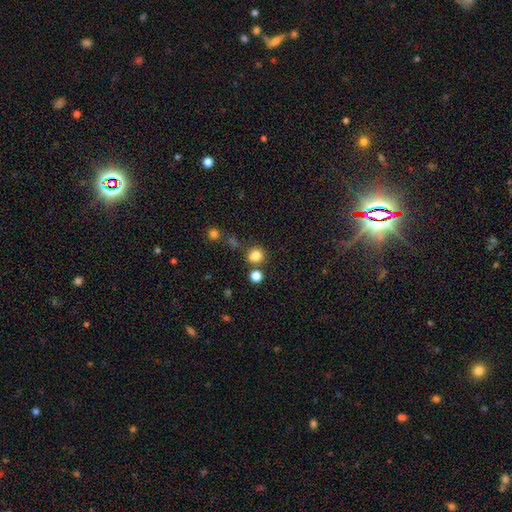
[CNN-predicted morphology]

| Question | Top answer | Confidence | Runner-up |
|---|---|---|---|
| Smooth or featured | smooth | 81% | star or artifact (13%) |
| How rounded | round | 86% | in between (13%) |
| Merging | none | 75% | merger (11%) |